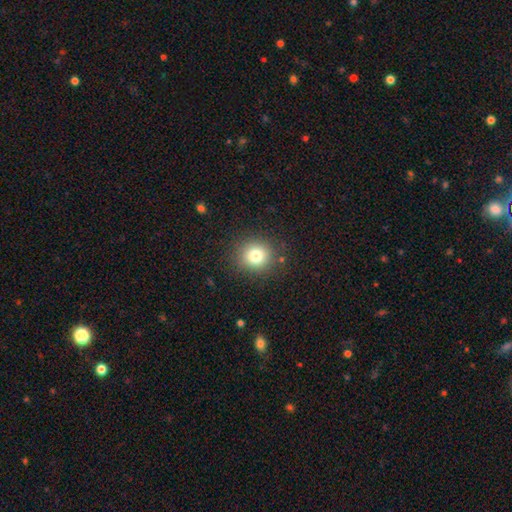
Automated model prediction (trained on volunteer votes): This appears to be a smooth galaxy with no disk features (79%) that is round (87%). Merging: none (88%).